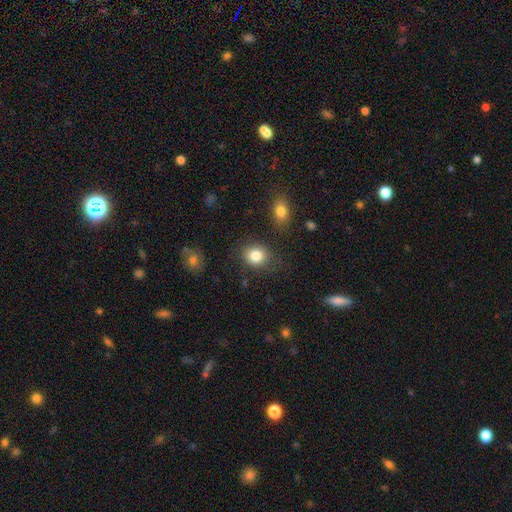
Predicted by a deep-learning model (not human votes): Morphology: type=smooth (83%); roundness=round (71%); merging=none (83%).